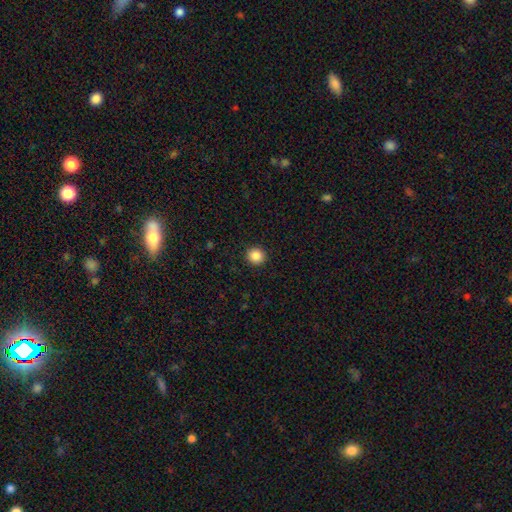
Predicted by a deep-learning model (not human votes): Smooth or featured?
  - smooth: 87% *
  - star or artifact: 10%
  - featured or disk: 3%
How rounded?
  - round: 93% *
  - in between: 6%
  - cigar-shaped: 1%
Merging?
  - none: 93% *
  - minor disturbance: 5%
  - major disturbance: 2%
  - merger: 1%